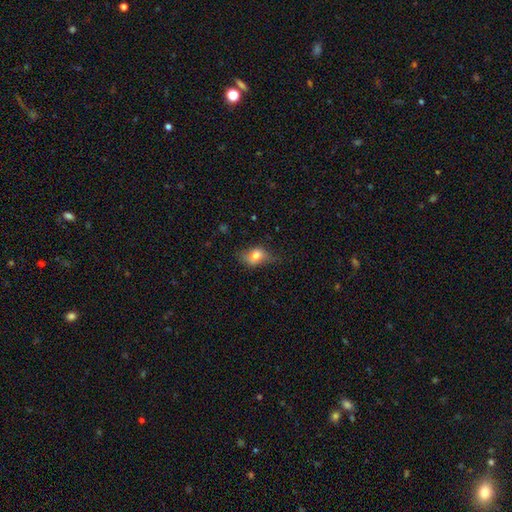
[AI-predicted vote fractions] This is likely a smooth galaxy (64%). How rounded: likely in between (74%). Merging: possibly none (56%).